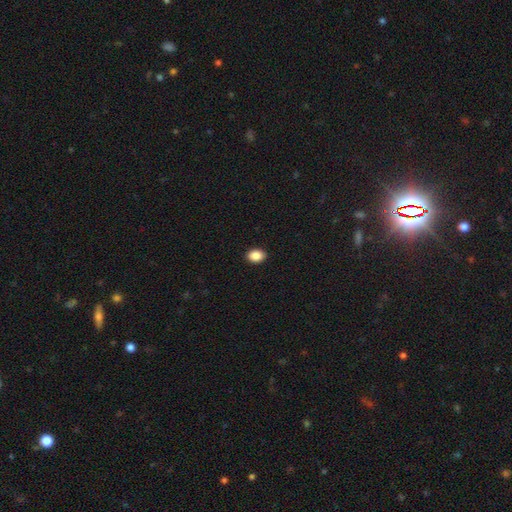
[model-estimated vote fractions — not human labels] smooth 89%, star or artifact 8%, featured or disk 3%. Down the decision tree: how rounded — in between (70%); merging — none (91%).